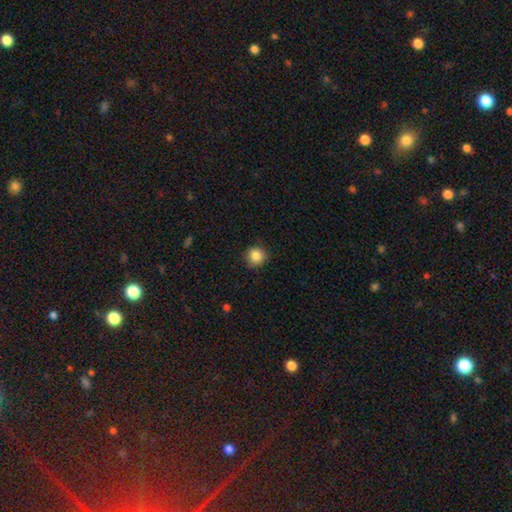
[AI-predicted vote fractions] A smooth galaxy with no disk features (85%) that is round (93%).

Vote fractions:
- Smooth or featured? smooth: 85% / star or artifact: 10% / featured or disk: 5%
- How rounded? round: 93% / in between: 6% / cigar-shaped: 1%
- Merging? none: 89% / minor disturbance: 8% / major disturbance: 2% / merger: 1%